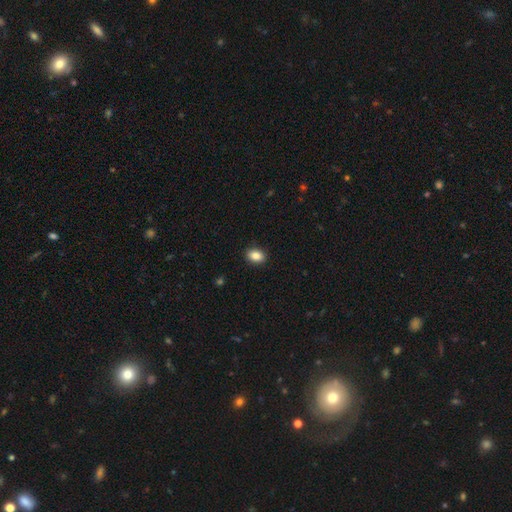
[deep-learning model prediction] A smooth galaxy with no disk features (85%) that is in between round and cigar-shaped (74%).

Vote fractions:
- Smooth or featured? smooth: 85% / star or artifact: 8% / featured or disk: 6%
- How rounded? in between: 74% / round: 25% / cigar-shaped: 1%
- Merging? none: 90% / minor disturbance: 7% / major disturbance: 2% / merger: 1%